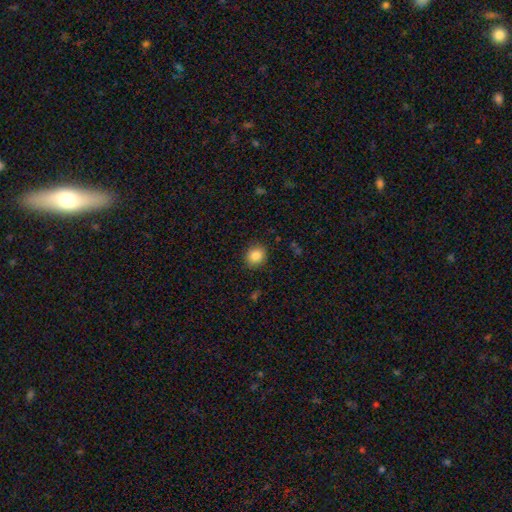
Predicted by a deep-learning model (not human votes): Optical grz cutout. It shows a smooth galaxy with no disk features (85%) that is round (79%). Merging: none (88%).